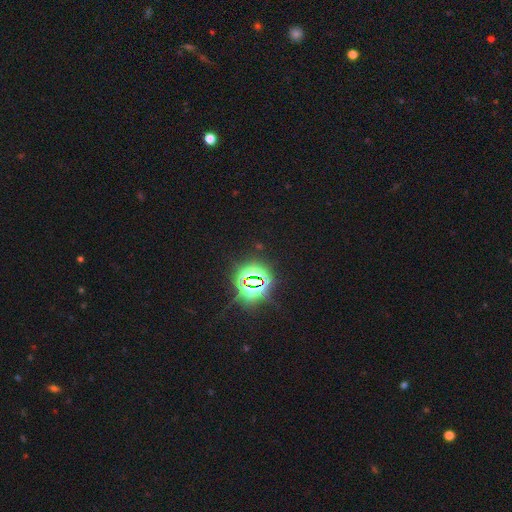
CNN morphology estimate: Smooth or featured?
  - star or artifact: 83% *
  - smooth: 11%
  - featured or disk: 6%